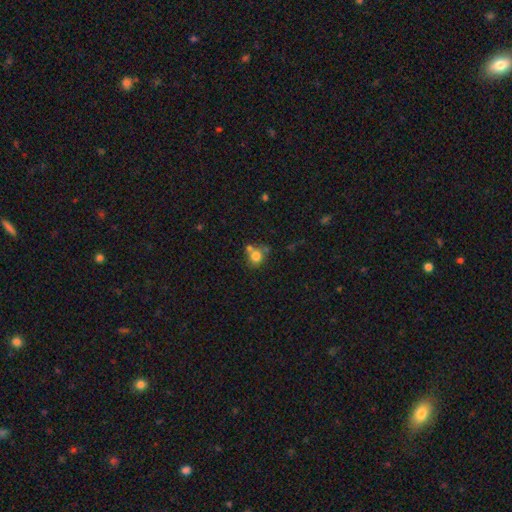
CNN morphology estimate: This appears to be a smooth galaxy with no disk features (78%) that is round (77%). Merging: none (50%).